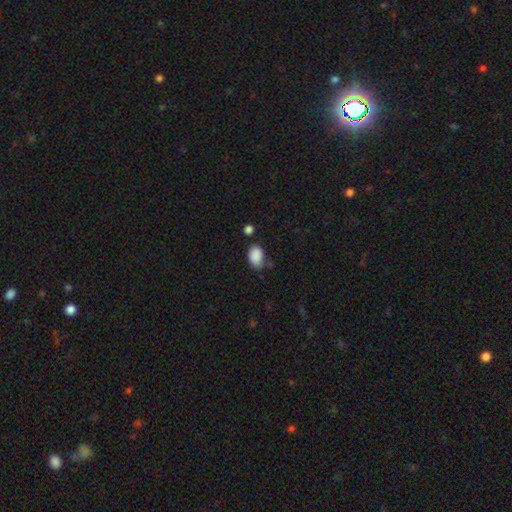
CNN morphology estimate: Overall: smooth (88%). How rounded: in between (83%). Merging: none (65%).